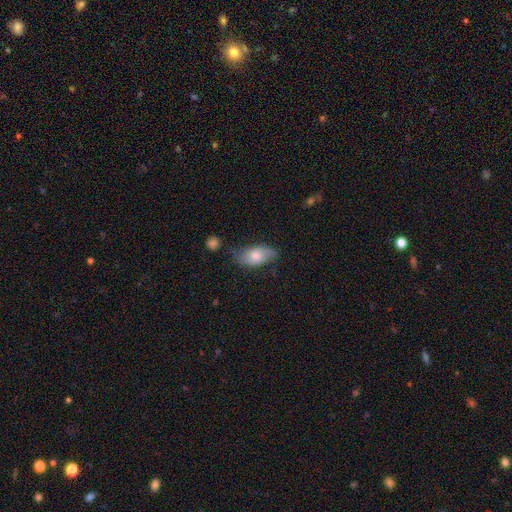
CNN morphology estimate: Q: Smooth or featured?
A: smooth (67%); runner-up: featured or disk (26%)
Q: How rounded?
A: in between (91%); runner-up: cigar-shaped (4%)
Q: Merging?
A: none (61%); runner-up: minor disturbance (28%)